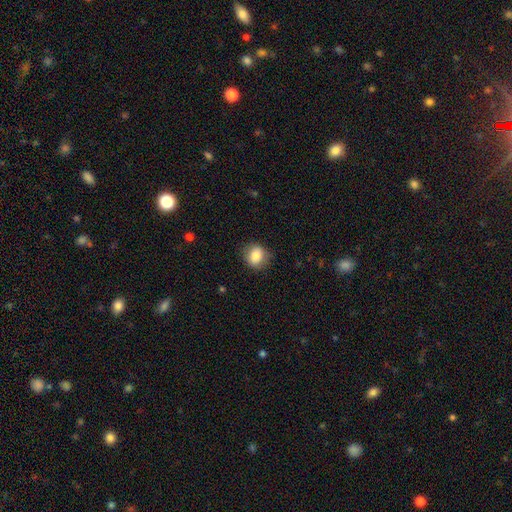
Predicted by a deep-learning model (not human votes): smooth_or_featured: smooth (p=0.83) [alt: star or artifact p=0.09]
how_rounded: round (p=0.68) [alt: in between p=0.31]
merging: none (p=0.83) [alt: minor disturbance p=0.12]